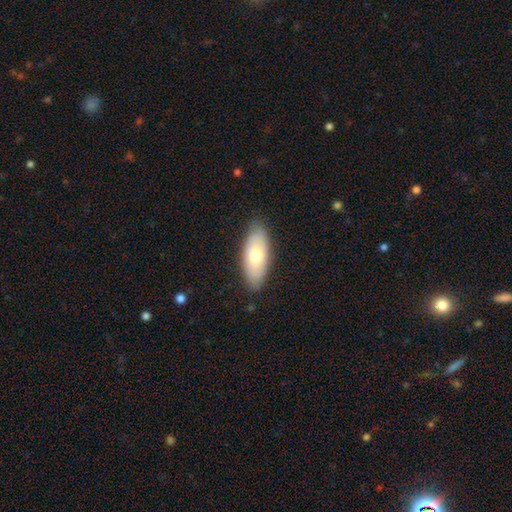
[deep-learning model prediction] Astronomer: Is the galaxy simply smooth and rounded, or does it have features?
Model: smooth — 69%.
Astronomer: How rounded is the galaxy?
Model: in between — 82%.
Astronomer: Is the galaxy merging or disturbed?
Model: none — 86%.